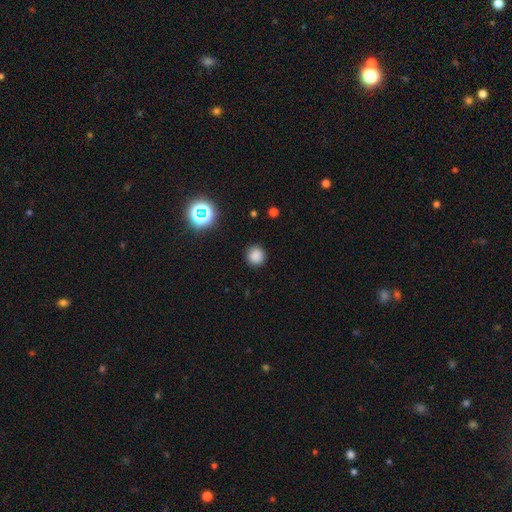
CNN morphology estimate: Smooth or featured: smooth — 82% (star or artifact — 15%)
How rounded: round — 92% (in between — 7%)
Merging: none — 90% (minor disturbance — 7%)